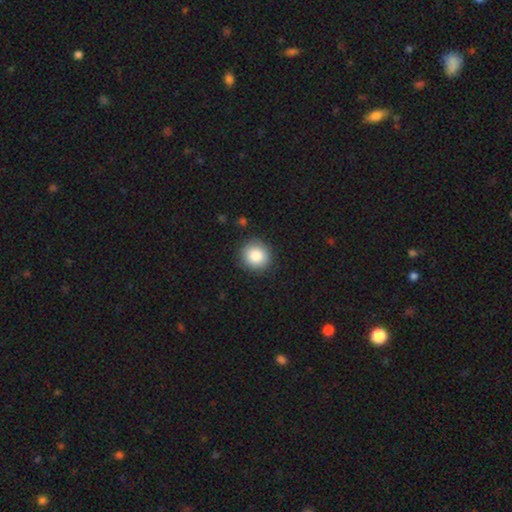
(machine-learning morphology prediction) Smooth or featured? smooth (86%)
How rounded? round (91%)
Merging? none (89%)